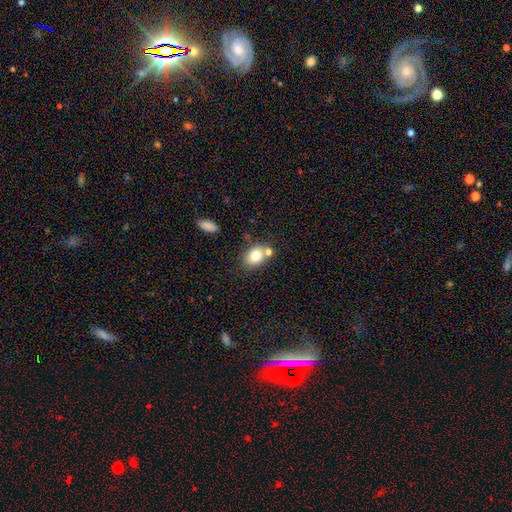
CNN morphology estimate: Smooth or featured? Predicted: smooth (p=0.79). How rounded? Predicted: in between (p=0.67). Merging? Predicted: none (p=0.62).